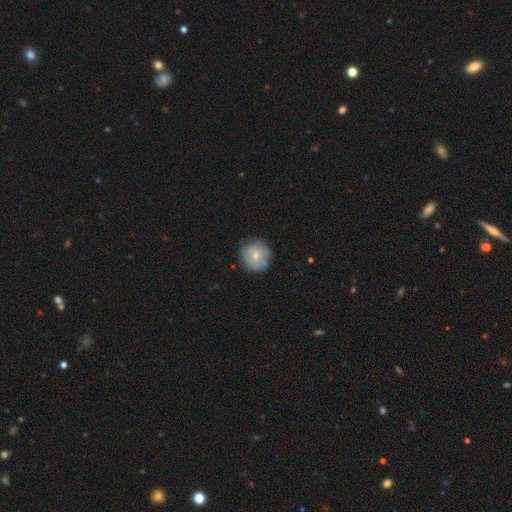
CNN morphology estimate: type=smooth (63%); roundness=round (90%); merging=none (76%).